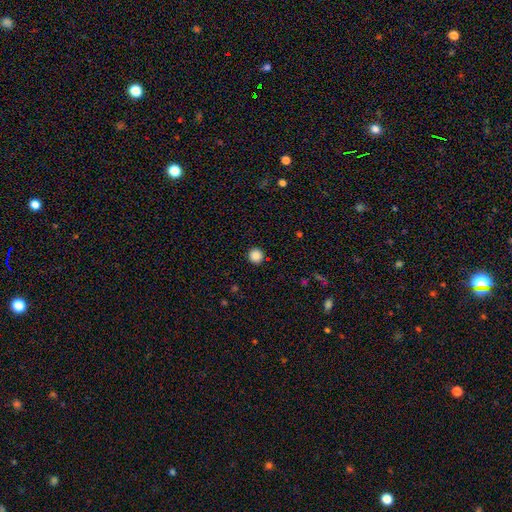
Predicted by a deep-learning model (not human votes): Smooth or featured? Predicted: smooth (p=0.87). How rounded? Predicted: round (p=0.96). Merging? Predicted: none (p=0.92).